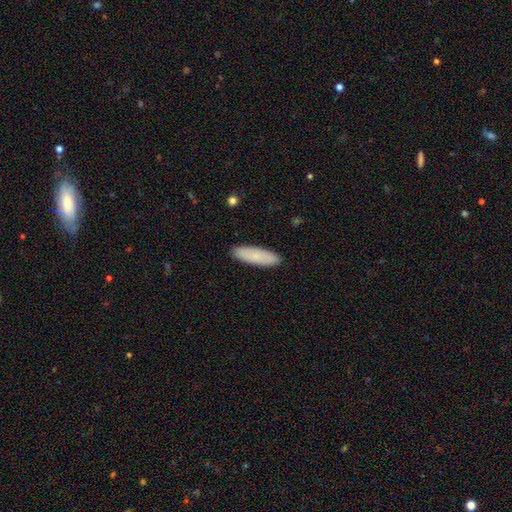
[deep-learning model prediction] Morphology: type=smooth (81%); roundness=cigar-shaped (54%); merging=none (90%).